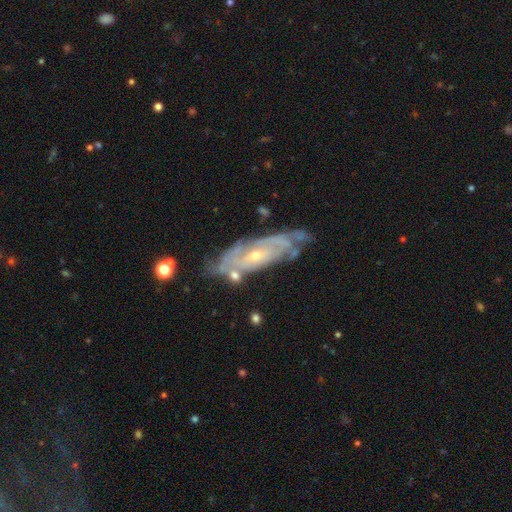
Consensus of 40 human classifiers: smooth-or-featured: featured or disk: 88% | smooth: 10% | star or artifact: 2%
  disk-edge-on: no: 91% | yes: 9%
    bar: no: 44% | weak: 34% | strong: 22%
    has-spiral-arms: yes: 94% | no: 6%
      spiral-winding: tight: 83% | medium: 10% | loose: 7%
      spiral-arm-count: can't tell: 43% | 3: 23% | 4: 17% | 2: 13% | more than 4: 3% | 1: 0%
    bulge-size: small: 66% | moderate: 31% | large: 3% | dominant: 0% | none: 0%
  merging: none: 49% | minor disturbance: 28% | major disturbance: 18% | merger: 5%